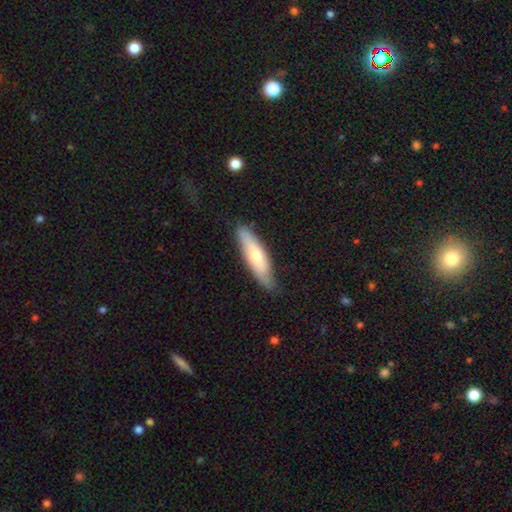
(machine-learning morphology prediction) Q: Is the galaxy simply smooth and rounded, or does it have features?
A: smooth — 63%.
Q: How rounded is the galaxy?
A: cigar-shaped — 66%.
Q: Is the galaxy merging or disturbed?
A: none — 79%.